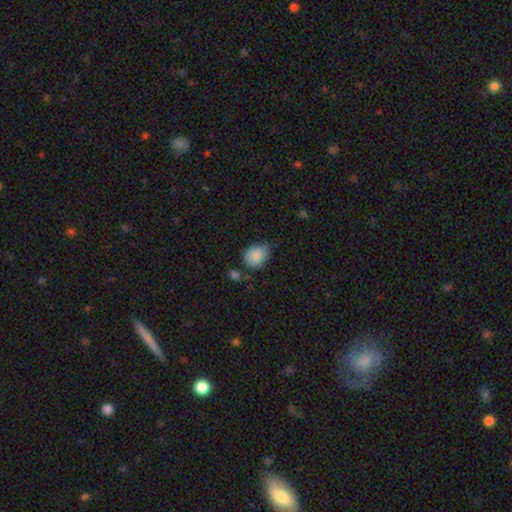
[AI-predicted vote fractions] A smooth galaxy with no disk features (86%) that is in between round and cigar-shaped (60%).

Vote fractions:
- Smooth or featured? smooth: 86% / star or artifact: 8% / featured or disk: 6%
- How rounded? in between: 60% / round: 39% / cigar-shaped: 1%
- Merging? none: 51% / minor disturbance: 35% / major disturbance: 8% / merger: 6%